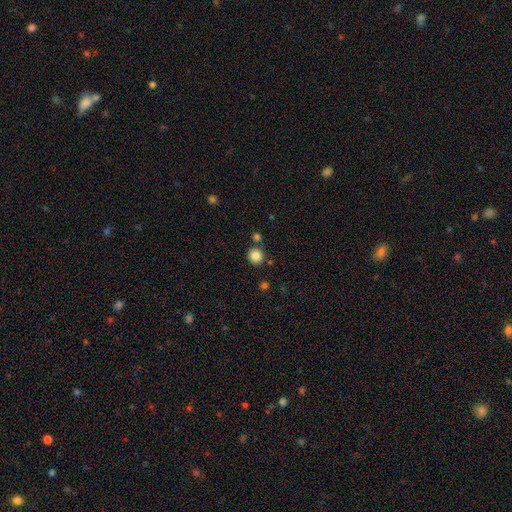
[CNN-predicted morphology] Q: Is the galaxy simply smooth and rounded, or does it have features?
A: smooth — 84%.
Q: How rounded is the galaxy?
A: round — 93%.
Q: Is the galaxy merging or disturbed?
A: none — 81%.